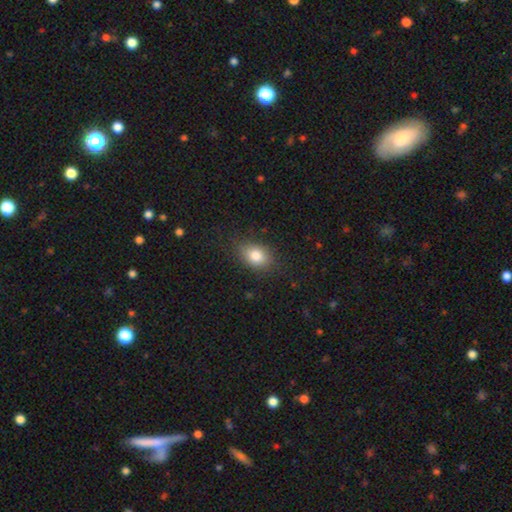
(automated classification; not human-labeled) Smooth or featured: smooth — 82% (star or artifact — 9%)
How rounded: in between — 75% (round — 23%)
Merging: none — 81% (minor disturbance — 14%)